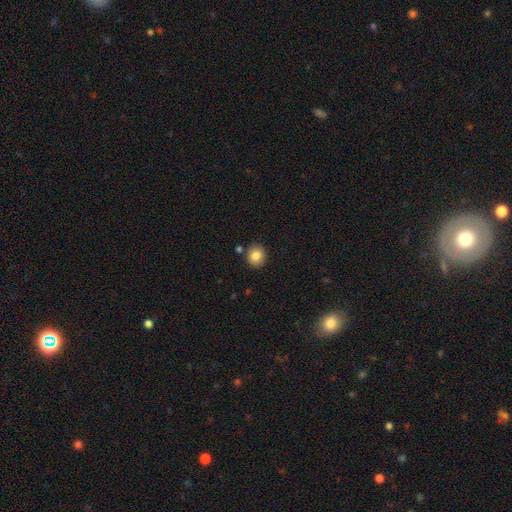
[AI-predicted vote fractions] This is clearly a smooth galaxy (83%). How rounded: clearly round (85%). Merging: clearly none (85%).